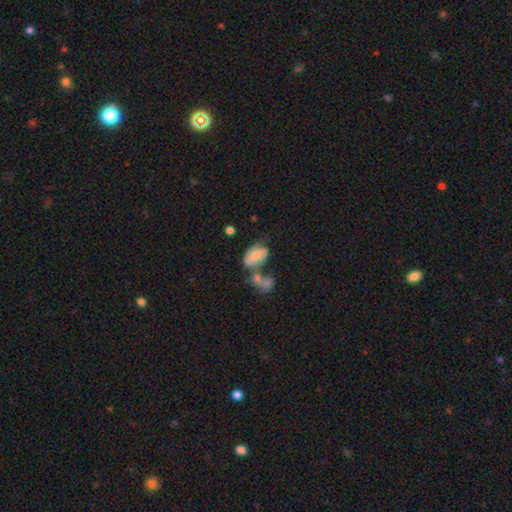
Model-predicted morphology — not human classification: The model was most divided on "merging": merger: 41%, none: 26%, minor disturbance: 19%, major disturbance: 15%. More confident: how rounded — in between (90%); smooth or featured — smooth (55%).